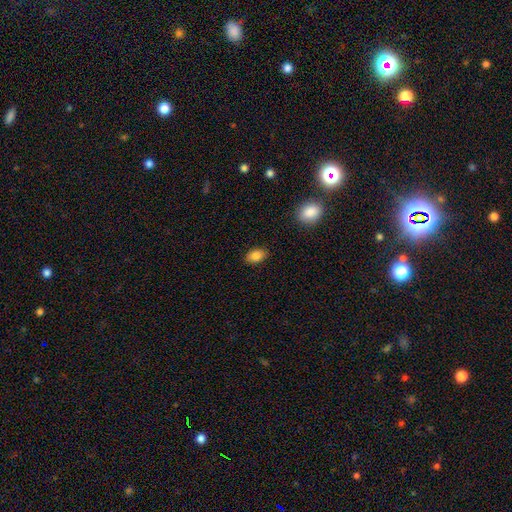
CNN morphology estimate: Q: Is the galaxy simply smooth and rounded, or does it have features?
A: smooth — 86%.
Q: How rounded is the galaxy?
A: in between — 85%.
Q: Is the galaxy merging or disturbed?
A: none — 87%.